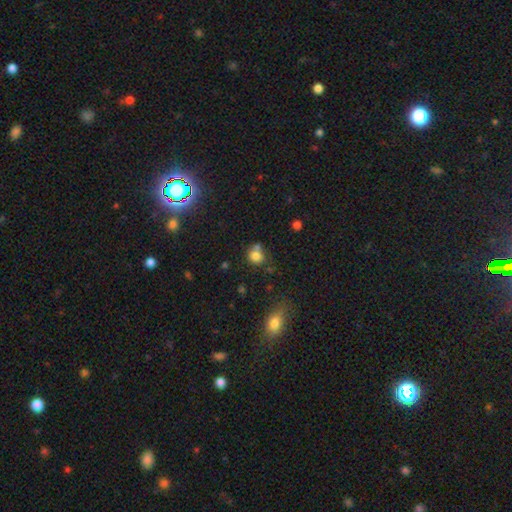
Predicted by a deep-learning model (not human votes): This appears to be a smooth galaxy with no disk features (79%) that is round (81%). Merging: none (55%).